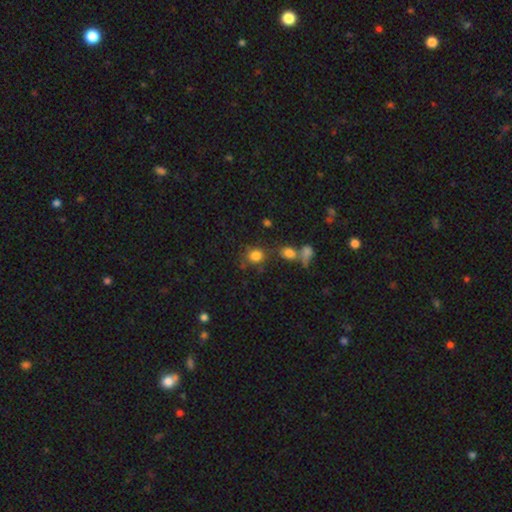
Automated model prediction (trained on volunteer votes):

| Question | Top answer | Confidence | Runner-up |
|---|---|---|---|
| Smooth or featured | smooth | 81% | star or artifact (12%) |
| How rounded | round | 78% | in between (21%) |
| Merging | none | 66% | merger (14%) |